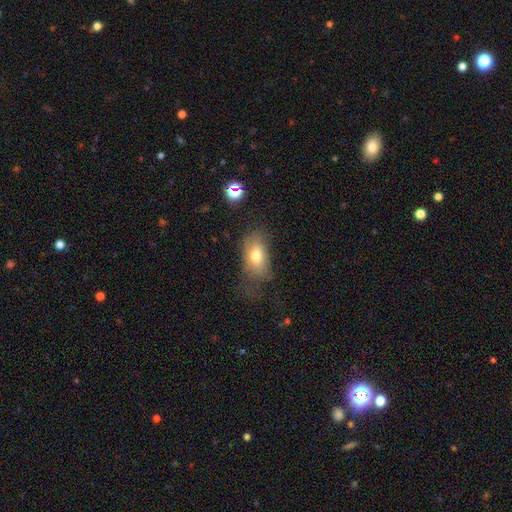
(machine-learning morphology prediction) Smooth or featured?
  - smooth: 70% *
  - featured or disk: 21%
  - star or artifact: 10%
How rounded?
  - in between: 90% *
  - round: 7%
  - cigar-shaped: 3%
Merging?
  - none: 48% *
  - minor disturbance: 28%
  - major disturbance: 22%
  - merger: 2%